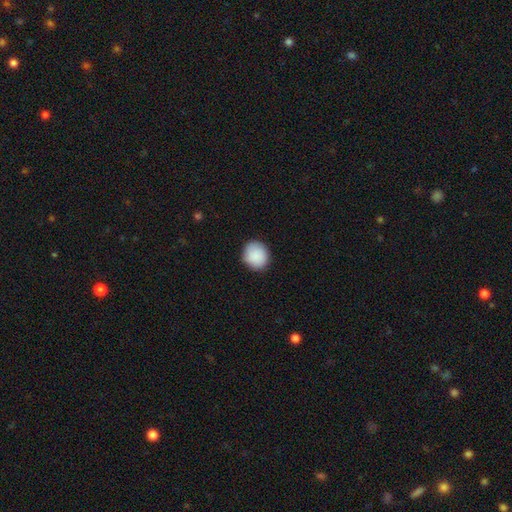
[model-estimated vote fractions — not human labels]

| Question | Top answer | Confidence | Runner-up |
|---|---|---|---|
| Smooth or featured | smooth | 90% | star or artifact (7%) |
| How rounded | round | 85% | in between (14%) |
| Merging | none | 88% | minor disturbance (9%) |